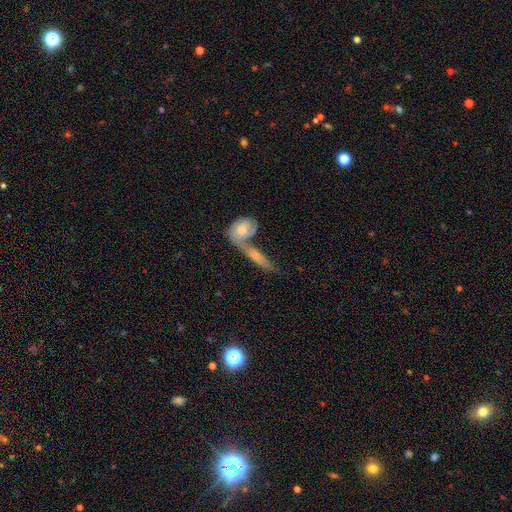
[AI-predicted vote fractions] Q: Smooth or featured?
A: smooth (58%); runner-up: featured or disk (35%)
Q: How rounded?
A: cigar-shaped (50%); runner-up: in between (42%)
Q: Merging?
A: merger (57%); runner-up: none (27%)